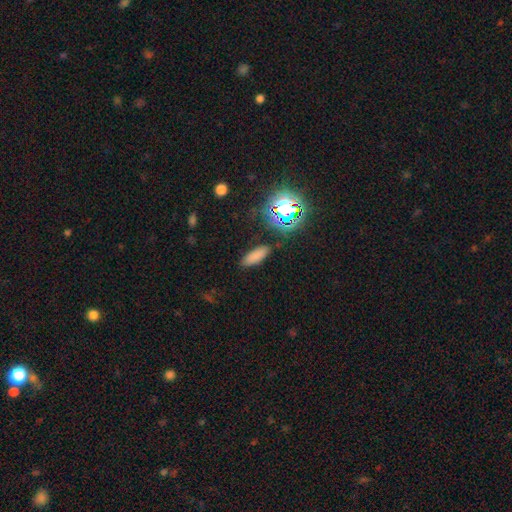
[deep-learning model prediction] Morphology: type=smooth (75%); roundness=in between (62%); merging=none (86%).